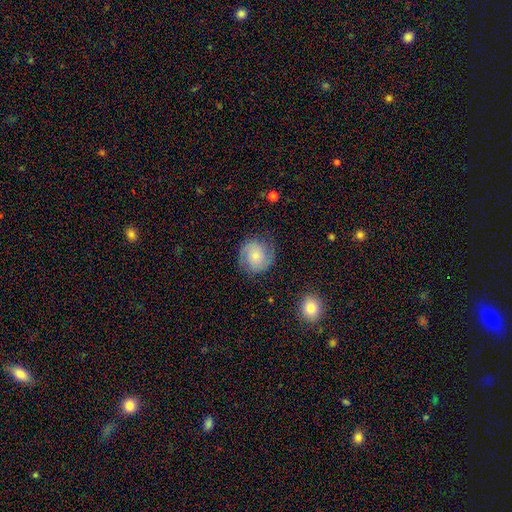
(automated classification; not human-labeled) featured or disk 62%, smooth 30%, star or artifact 8%. Down the decision tree: edge-on disk — no (98%); bar — no (72%); spiral arms — yes (94%); spiral arm count — 2 (84%); spiral winding — tight (46%); bulge size — small (60%); merging — none (80%).